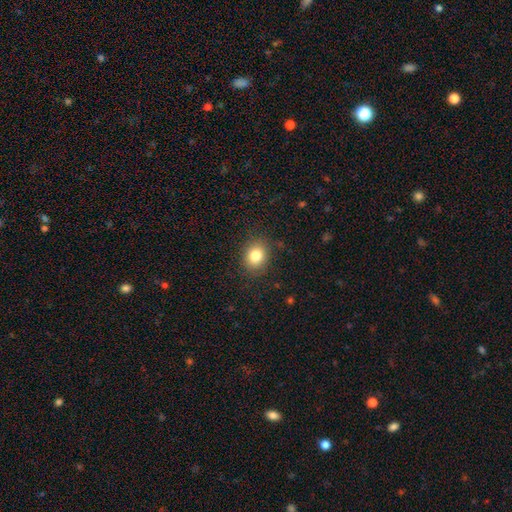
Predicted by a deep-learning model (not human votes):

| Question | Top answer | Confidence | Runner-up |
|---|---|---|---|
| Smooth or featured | smooth | 82% | star or artifact (11%) |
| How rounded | round | 61% | in between (38%) |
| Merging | none | 86% | minor disturbance (10%) |